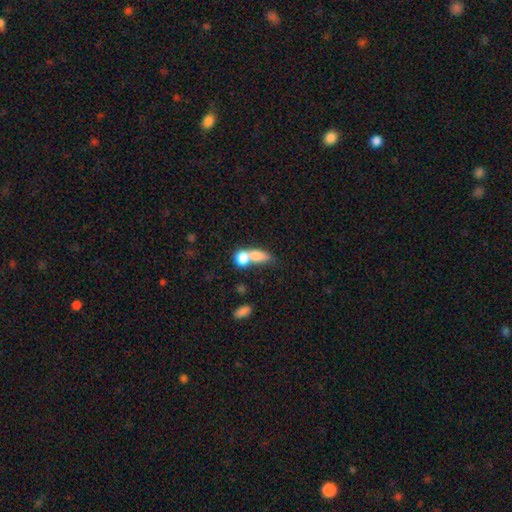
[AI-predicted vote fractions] This is likely a smooth galaxy (75%). How rounded: possibly in between (56%). Merging: likely merger (64%).